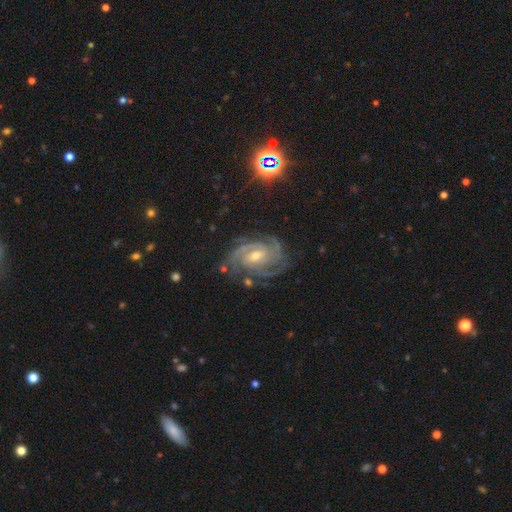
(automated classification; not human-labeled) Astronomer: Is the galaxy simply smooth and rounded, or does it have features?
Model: featured or disk — 90%.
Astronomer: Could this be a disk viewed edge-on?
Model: no — 98%.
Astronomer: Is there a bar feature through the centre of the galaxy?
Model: weak — 49% (runner-up: no, 31%).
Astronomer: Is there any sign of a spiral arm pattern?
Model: yes — 98%.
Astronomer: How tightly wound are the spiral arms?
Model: tight — 66%.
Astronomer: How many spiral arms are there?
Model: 3 — 35% (runner-up: 4, 20%).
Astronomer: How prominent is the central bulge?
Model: moderate — 50% (runner-up: small, 46%).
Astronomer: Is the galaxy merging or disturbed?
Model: none — 75%.